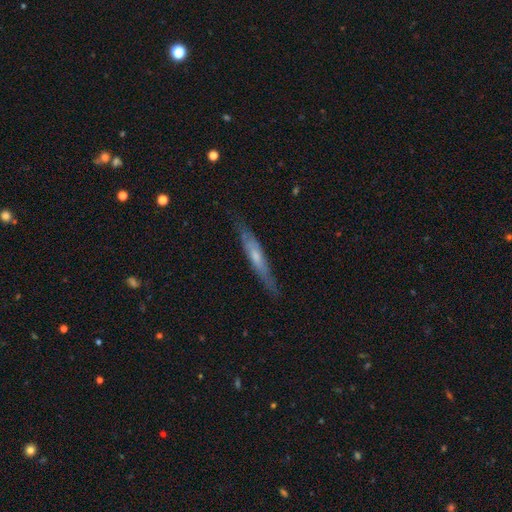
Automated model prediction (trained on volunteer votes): This is possibly a featured or disk galaxy (50%). It is clearly viewed edge-on (83%). Merging: likely none (79%).